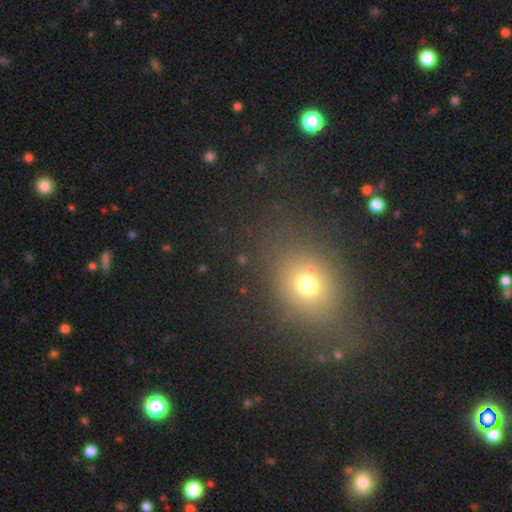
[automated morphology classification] Smooth or featured: smooth — 61% (star or artifact — 29%)
How rounded: round — 51% (in between — 47%)
Merging: none — 84% (minor disturbance — 10%)